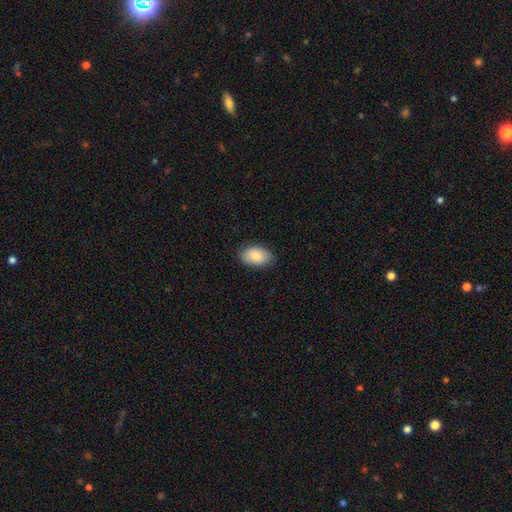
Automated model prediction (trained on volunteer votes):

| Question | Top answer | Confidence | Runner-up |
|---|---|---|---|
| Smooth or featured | smooth | 87% | star or artifact (6%) |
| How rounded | in between | 90% | round (9%) |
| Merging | none | 85% | minor disturbance (12%) |